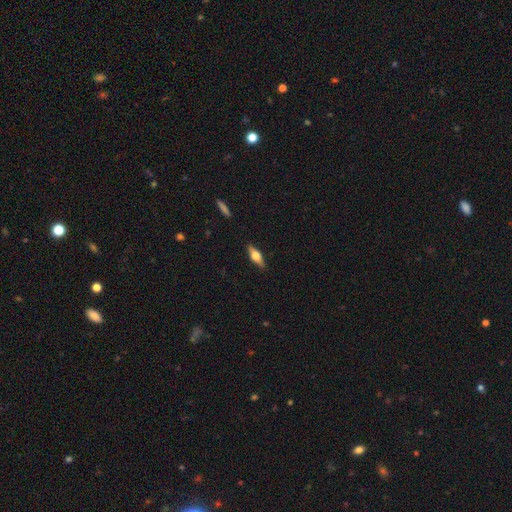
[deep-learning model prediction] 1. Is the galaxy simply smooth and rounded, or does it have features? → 49% featured or disk, 45% smooth, 6% star or artifact.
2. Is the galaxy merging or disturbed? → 87% none, 9% minor disturbance, 2% major disturbance, 1% merger.